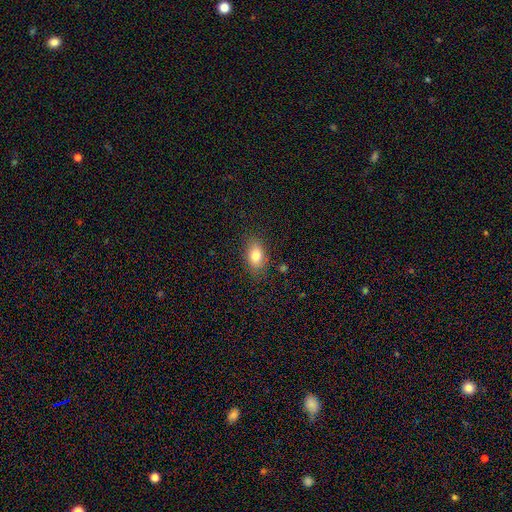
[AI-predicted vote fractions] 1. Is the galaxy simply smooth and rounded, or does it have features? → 81% smooth, 10% featured or disk, 9% star or artifact.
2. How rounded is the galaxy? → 85% in between, 12% round, 3% cigar-shaped.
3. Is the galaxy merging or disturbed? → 82% none, 13% minor disturbance, 3% major disturbance, 1% merger.